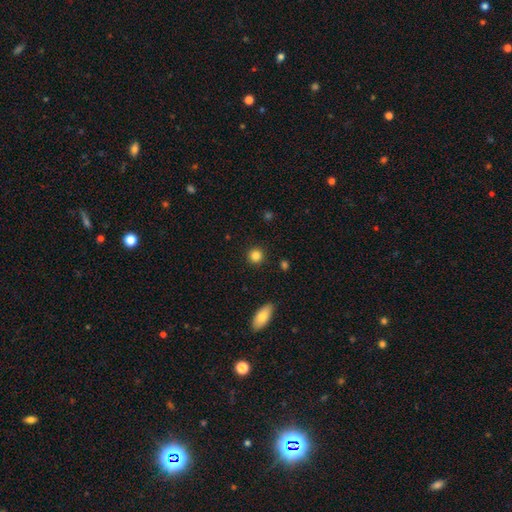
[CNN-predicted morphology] A smooth galaxy with no disk features (85%) that is round (92%). Merging: none (91%).